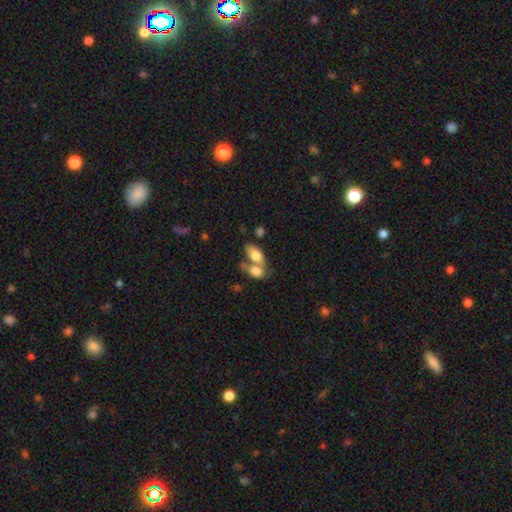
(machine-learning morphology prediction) smooth-or-featured: smooth: 74% | featured or disk: 18% | star or artifact: 7%
  how-rounded: in between: 88% | round: 8% | cigar-shaped: 5%
  merging: merger: 60% | none: 26% | minor disturbance: 9% | major disturbance: 5%